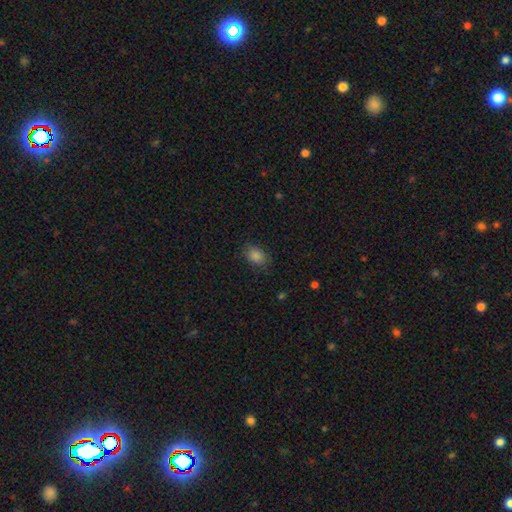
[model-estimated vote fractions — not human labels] smooth_or_featured: smooth (p=0.84) [alt: star or artifact p=0.11]
how_rounded: in between (p=0.74) [alt: round p=0.25]
merging: none (p=0.84) [alt: minor disturbance p=0.12]